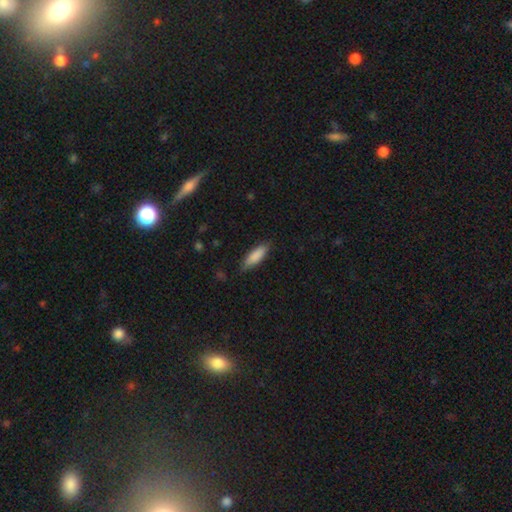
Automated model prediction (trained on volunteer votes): The model was most divided on "how rounded": in between: 50%, cigar-shaped: 49%, round: 2%. More confident: smooth or featured — smooth (85%); merging — none (79%).